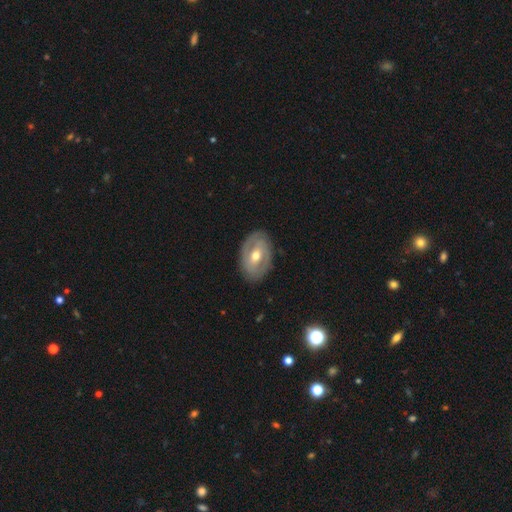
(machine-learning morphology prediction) type=featured or disk (66%); edge-on=no (93%); bar=weak (42%); spiral arms=yes (52%); bulge=moderate (74%); merging=none (83%).